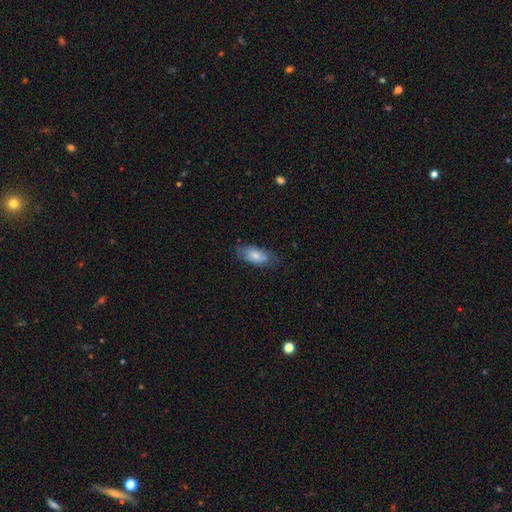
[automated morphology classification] Q: Smooth or featured?
A: smooth (73%); runner-up: featured or disk (20%)
Q: How rounded?
A: in between (88%); runner-up: cigar-shaped (8%)
Q: Merging?
A: none (64%); runner-up: minor disturbance (26%)